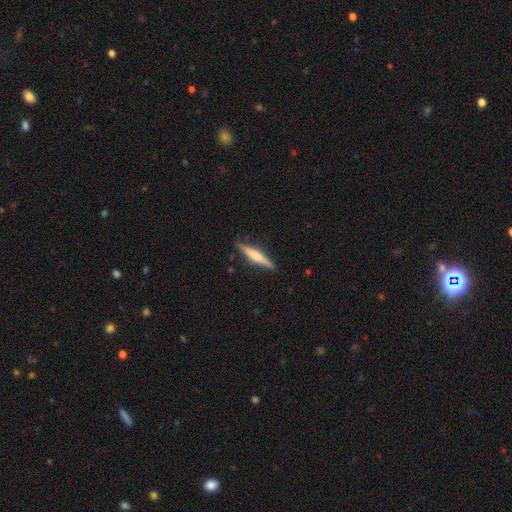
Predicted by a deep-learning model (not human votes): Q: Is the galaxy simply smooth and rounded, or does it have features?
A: smooth — 49%.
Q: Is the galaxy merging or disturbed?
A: none — 87%.